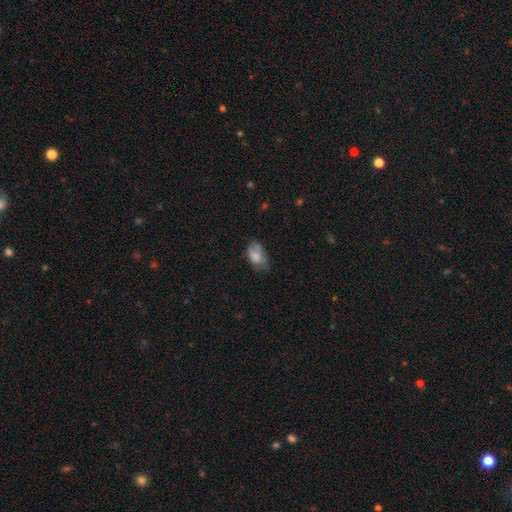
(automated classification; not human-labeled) smooth 75%, featured or disk 16%, star or artifact 9%. Down the decision tree: how rounded — in between (89%); merging — none (44%).